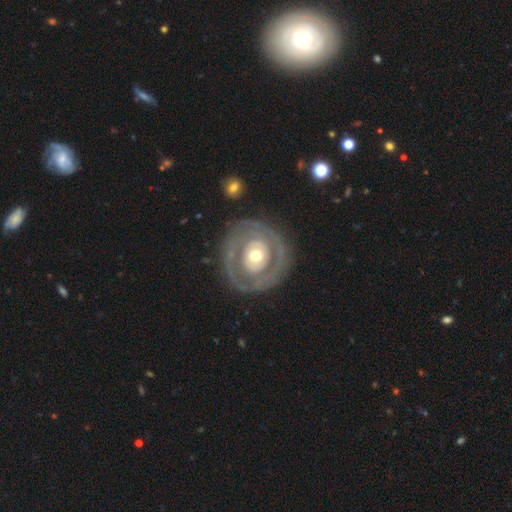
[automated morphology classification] Overall: featured or disk (70%). Edge-on disk: no (96%). Bar: no (78%). Spiral arms: no (61%; yes 39%). Bulge size: moderate (69%). Merging: none (79%).